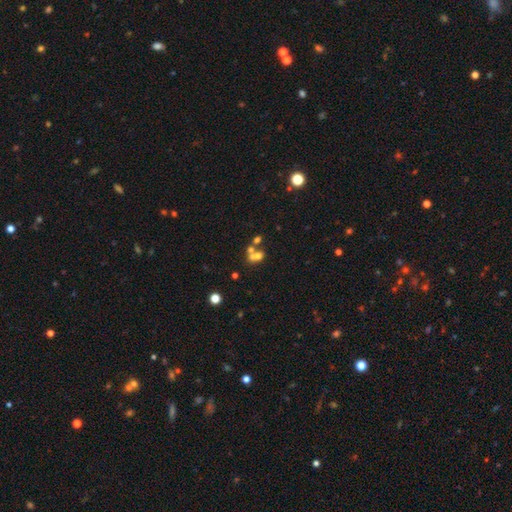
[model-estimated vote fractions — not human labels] A smooth galaxy with no disk features (53%) that is round (51%).

Vote fractions:
- Smooth or featured? smooth: 53% / featured or disk: 27% / star or artifact: 20%
- How rounded? round: 51% / in between: 47% / cigar-shaped: 2%
- Merging? merger: 57% / none: 30% / minor disturbance: 7% / major disturbance: 6%